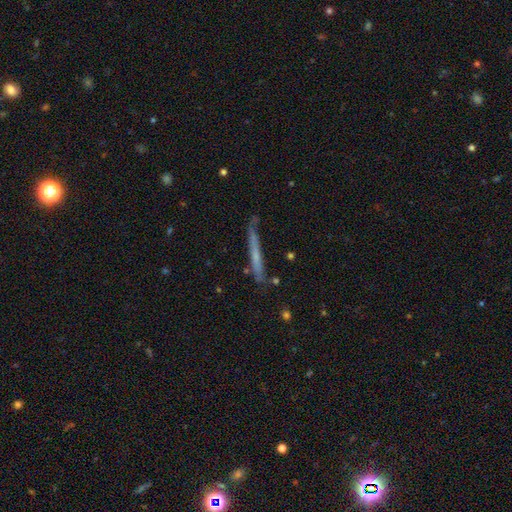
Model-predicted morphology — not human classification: Smooth or featured? Predicted: featured or disk (p=0.48). Merging? Predicted: none (p=0.75).